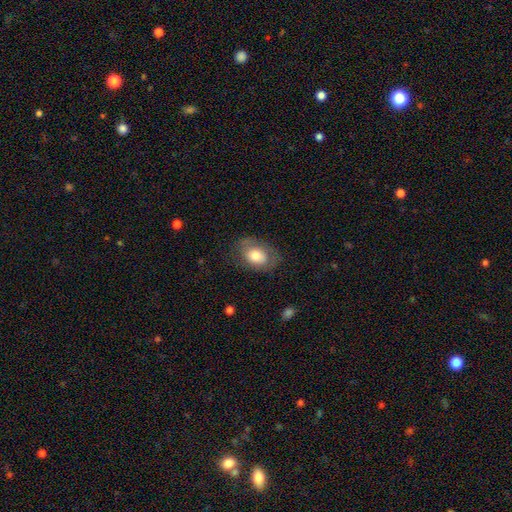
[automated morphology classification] A smooth galaxy with no disk features (69%) that is in between round and cigar-shaped (80%).

Vote fractions:
- Smooth or featured? smooth: 69% / featured or disk: 23% / star or artifact: 7%
- How rounded? in between: 80% / round: 19% / cigar-shaped: 1%
- Merging? none: 71% / minor disturbance: 19% / major disturbance: 9% / merger: 1%